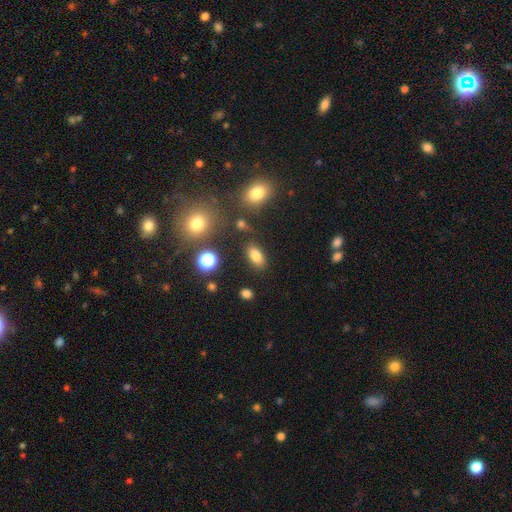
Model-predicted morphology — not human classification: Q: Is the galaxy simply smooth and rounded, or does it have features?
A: smooth — 79%.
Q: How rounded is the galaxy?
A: in between — 88%.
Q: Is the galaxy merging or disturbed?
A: none — 83%.